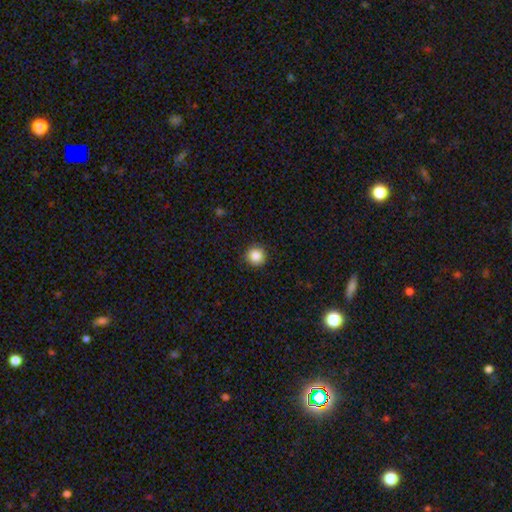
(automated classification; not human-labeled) Overall: smooth (87%). How rounded: round (95%). Merging: none (92%).